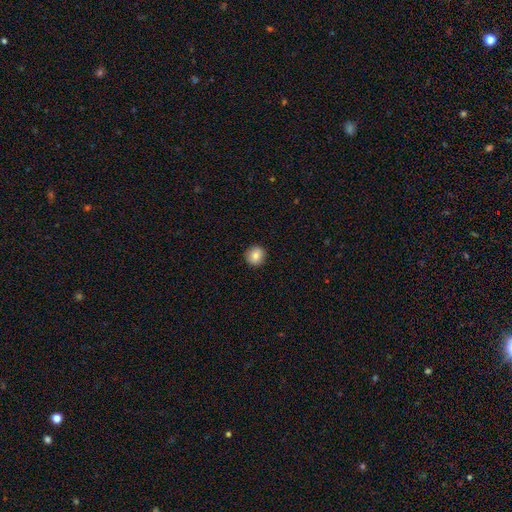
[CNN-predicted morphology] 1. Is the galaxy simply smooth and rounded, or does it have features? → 85% smooth, 9% star or artifact, 6% featured or disk.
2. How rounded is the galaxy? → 92% round, 7% in between, 1% cigar-shaped.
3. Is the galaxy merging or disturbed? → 92% none, 6% minor disturbance, 2% major disturbance, 1% merger.